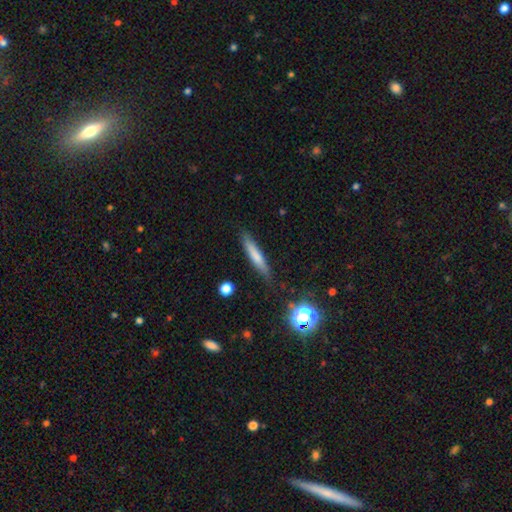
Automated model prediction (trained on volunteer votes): Smooth or featured? Predicted: smooth (p=0.68). How rounded? Predicted: cigar-shaped (p=0.90). Merging? Predicted: none (p=0.81).